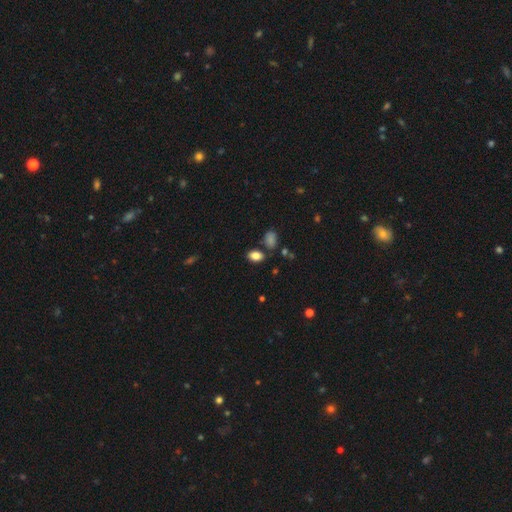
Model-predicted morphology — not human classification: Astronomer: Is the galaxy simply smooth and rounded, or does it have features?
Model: smooth — 85%.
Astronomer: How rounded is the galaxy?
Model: in between — 89%.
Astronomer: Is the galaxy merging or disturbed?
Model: none — 77%.